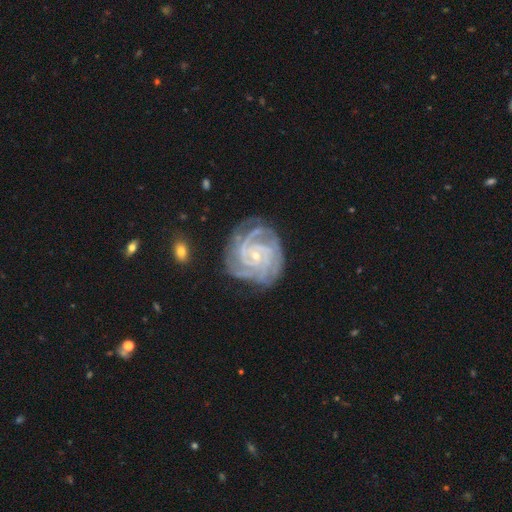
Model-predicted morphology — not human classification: Smooth or featured?
  - featured or disk: 92% *
  - star or artifact: 5%
  - smooth: 3%
Edge-on disk?
  - no: 98% *
  - yes: 2%
Bar?
  - no: 64% *
  - weak: 26%
  - strong: 10%
Spiral arms?
  - yes: 99% *
  - no: 1%
Spiral winding?
  - tight: 76% *
  - medium: 21%
  - loose: 2%
Spiral arm count?
  - 4: 30% *
  - 3: 29%
  - 2: 13%
  - can't tell: 13%
  - more than 4: 9%
  - 1: 7%
Bulge size?
  - small: 81% *
  - moderate: 16%
  - none: 2%
  - large: 1%
  - dominant: 1%
Merging?
  - none: 73% *
  - minor disturbance: 18%
  - major disturbance: 7%
  - merger: 2%